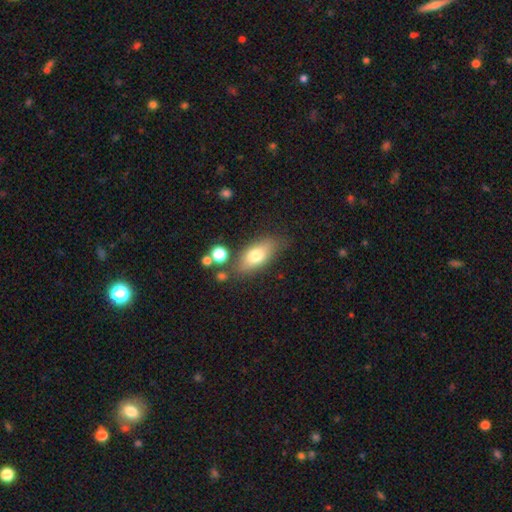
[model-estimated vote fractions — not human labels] A smooth galaxy with no disk features (73%) that is in between round and cigar-shaped (82%).

Vote fractions:
- Smooth or featured? smooth: 73% / featured or disk: 19% / star or artifact: 8%
- How rounded? in between: 82% / cigar-shaped: 12% / round: 6%
- Merging? none: 73% / minor disturbance: 16% / merger: 6% / major disturbance: 5%